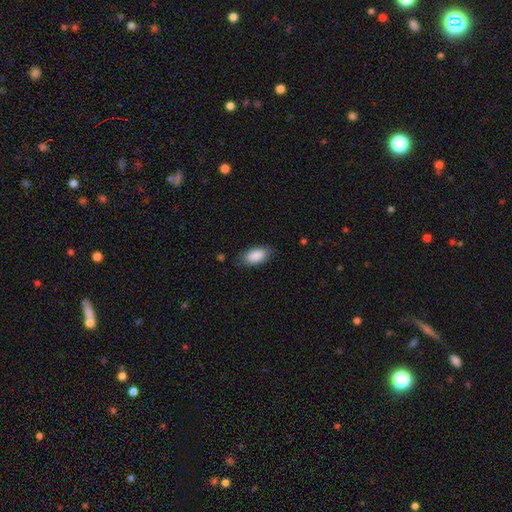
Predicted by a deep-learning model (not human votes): Smooth or featured? Predicted: smooth (p=0.89). How rounded? Predicted: in between (p=0.93). Merging? Predicted: none (p=0.81).